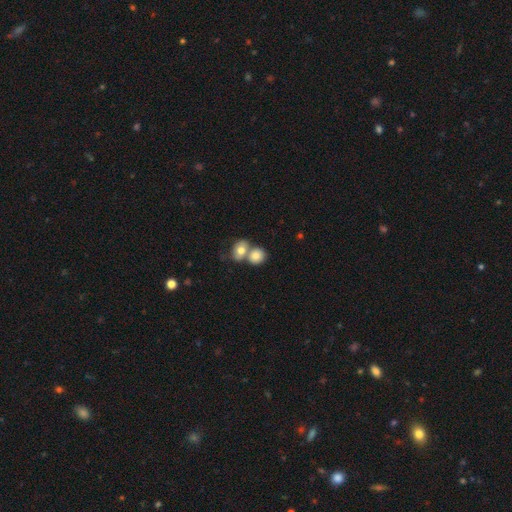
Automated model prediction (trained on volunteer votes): smooth-or-featured: smooth: 80% | featured or disk: 11% | star or artifact: 8%
  how-rounded: round: 67% | in between: 31% | cigar-shaped: 1%
  merging: merger: 57% | none: 32% | minor disturbance: 8% | major disturbance: 3%